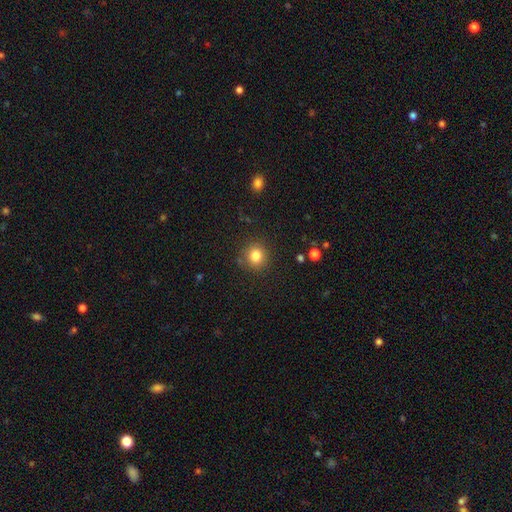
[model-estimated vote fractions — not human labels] Smooth or featured? smooth (83%)
How rounded? round (88%)
Merging? none (86%)